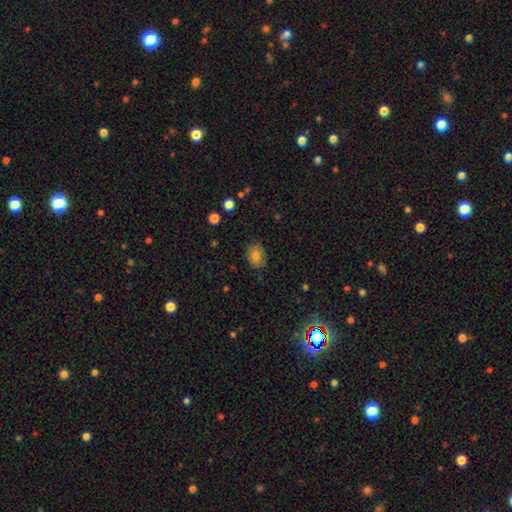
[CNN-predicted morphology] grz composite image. It shows a smooth galaxy with no disk features (80%) that is in between round and cigar-shaped (71%). Merging: none (84%).